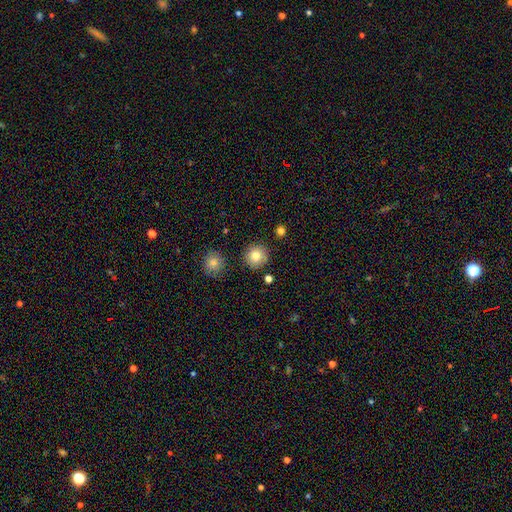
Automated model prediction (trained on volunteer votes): Smooth or featured? smooth (81%)
How rounded? round (93%)
Merging? none (87%)